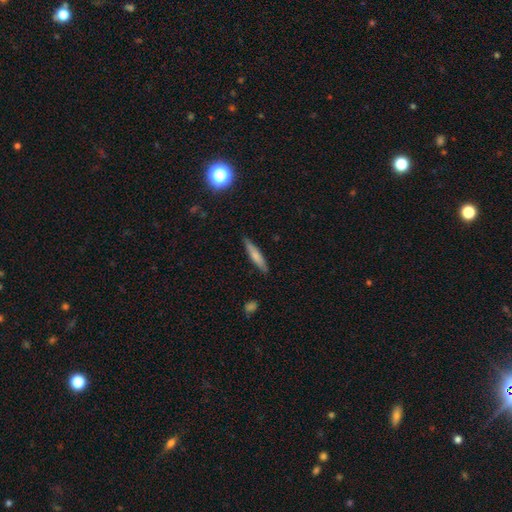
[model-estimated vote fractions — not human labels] A smooth galaxy with no disk features (69%) that is cigar-shaped (88%).

Vote fractions:
- Smooth or featured? smooth: 69% / featured or disk: 25% / star or artifact: 6%
- How rounded? cigar-shaped: 88% / in between: 10% / round: 1%
- Merging? none: 86% / minor disturbance: 11% / major disturbance: 2% / merger: 1%